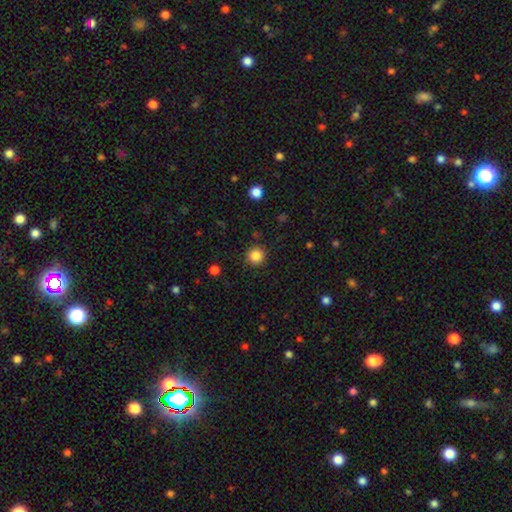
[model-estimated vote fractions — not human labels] Smooth or featured: smooth — 85% (star or artifact — 11%)
How rounded: round — 94% (in between — 5%)
Merging: none — 91% (minor disturbance — 6%)